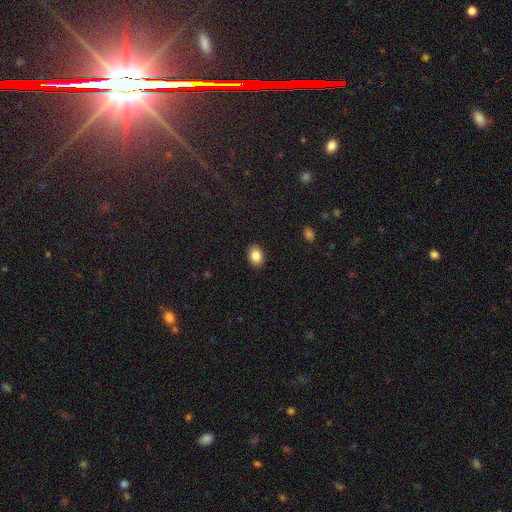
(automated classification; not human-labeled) smooth-or-featured: smooth: 86% | star or artifact: 8% | featured or disk: 6%
  how-rounded: in between: 76% | round: 23% | cigar-shaped: 1%
  merging: none: 89% | minor disturbance: 8% | major disturbance: 2% | merger: 1%